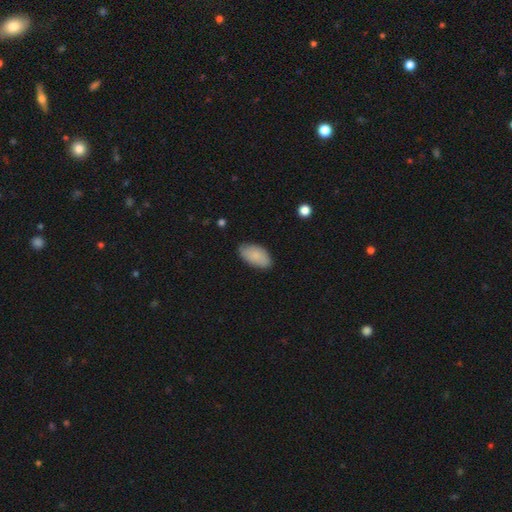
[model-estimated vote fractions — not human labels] A smooth galaxy with no disk features (84%) that is in between round and cigar-shaped (95%). Merging: none (82%).